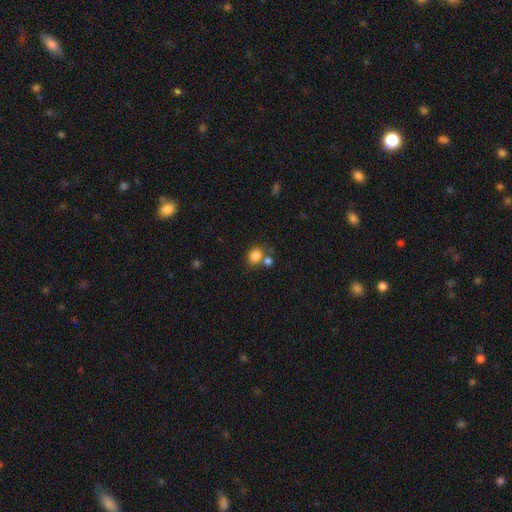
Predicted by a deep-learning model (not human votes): A smooth galaxy with no disk features (82%) that is round (73%). Merging: none (57%).